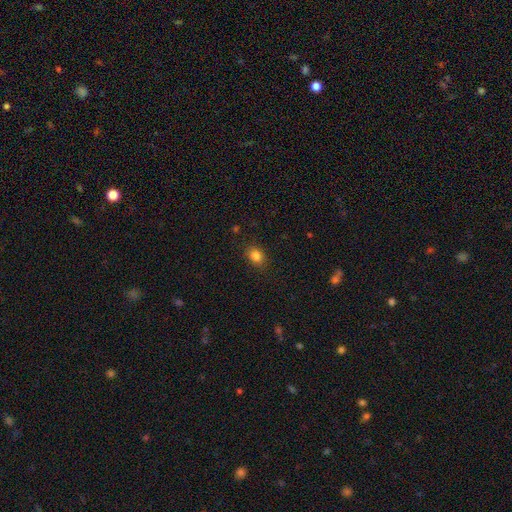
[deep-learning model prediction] A smooth galaxy with no disk features (84%) that is in between round and cigar-shaped (55%). Merging: none (85%).